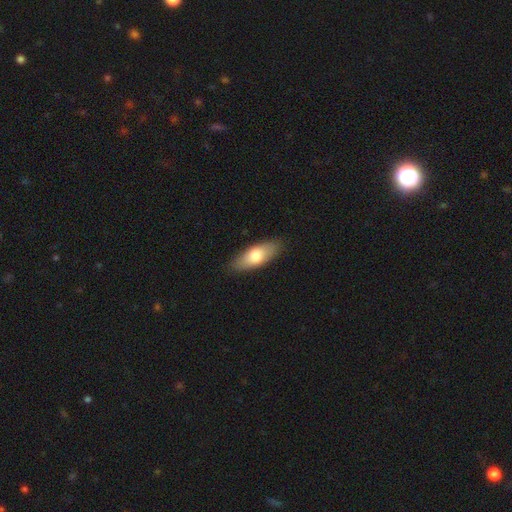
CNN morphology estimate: smooth_or_featured: smooth (p=0.73) [alt: featured or disk p=0.21]
how_rounded: in between (p=0.74) [alt: cigar-shaped p=0.23]
merging: none (p=0.86) [alt: minor disturbance p=0.11]